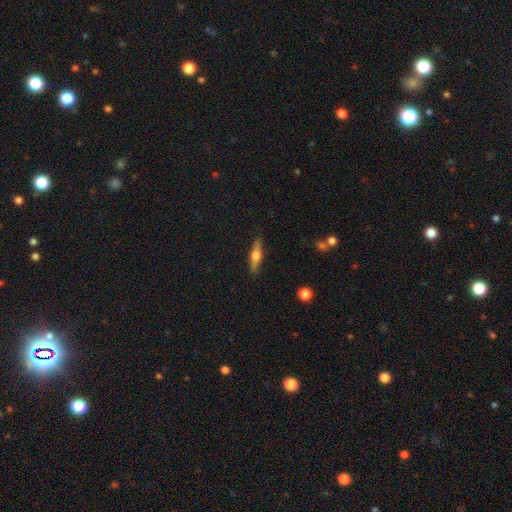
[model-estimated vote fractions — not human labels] Smooth or featured?
  - featured or disk: 56% *
  - smooth: 38%
  - star or artifact: 6%
Edge-on disk?
  - yes: 95% *
  - no: 5%
Edge-on bulge?
  - rounded: 91% *
  - boxy: 6%
  - none: 3%
Merging?
  - none: 89% *
  - minor disturbance: 8%
  - major disturbance: 2%
  - merger: 1%